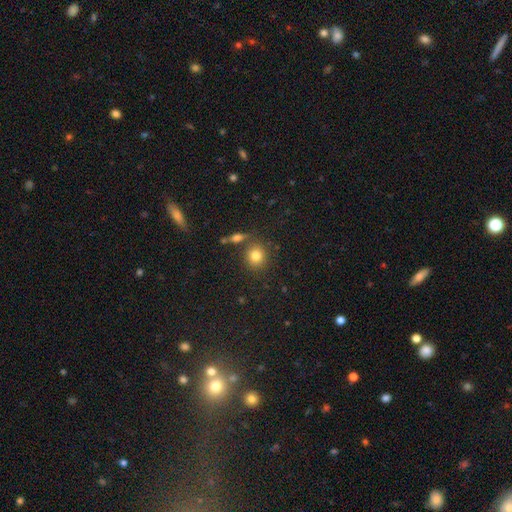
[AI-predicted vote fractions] Q: Smooth or featured?
A: smooth (80%); runner-up: star or artifact (11%)
Q: How rounded?
A: round (82%); runner-up: in between (16%)
Q: Merging?
A: none (76%); runner-up: merger (10%)